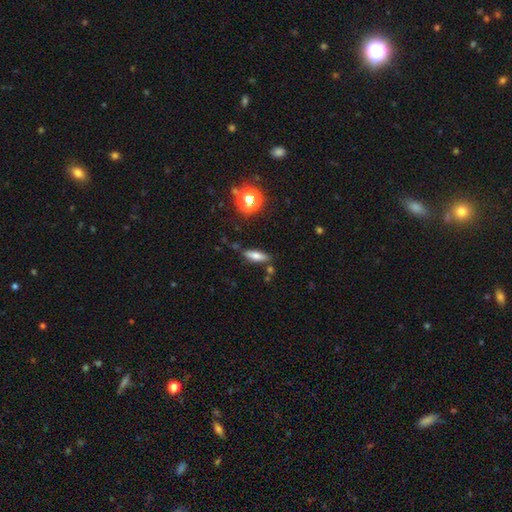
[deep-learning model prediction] Morphology: type=smooth (67%); roundness=in between (48%, tied with cigar-shaped); merging=none (79%).